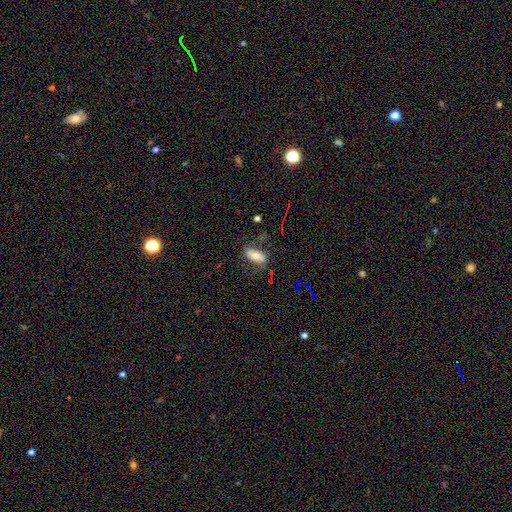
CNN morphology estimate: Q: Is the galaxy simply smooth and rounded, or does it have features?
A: smooth — 62%.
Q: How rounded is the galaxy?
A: in between — 83%.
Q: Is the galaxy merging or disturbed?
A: none — 64%.